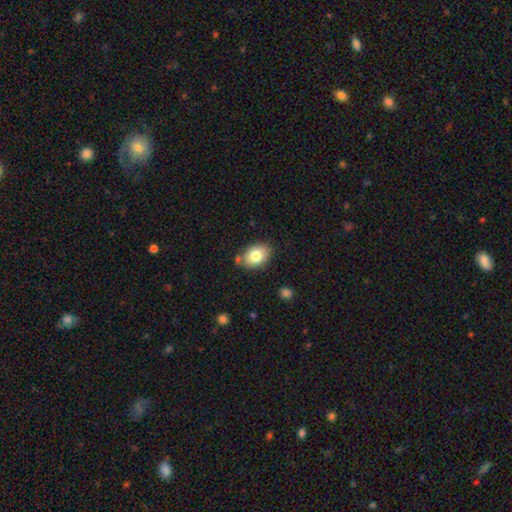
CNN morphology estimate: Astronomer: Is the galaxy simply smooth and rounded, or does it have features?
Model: smooth — 80%.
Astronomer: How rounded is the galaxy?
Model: in between — 80%.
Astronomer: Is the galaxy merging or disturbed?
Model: none — 78%.